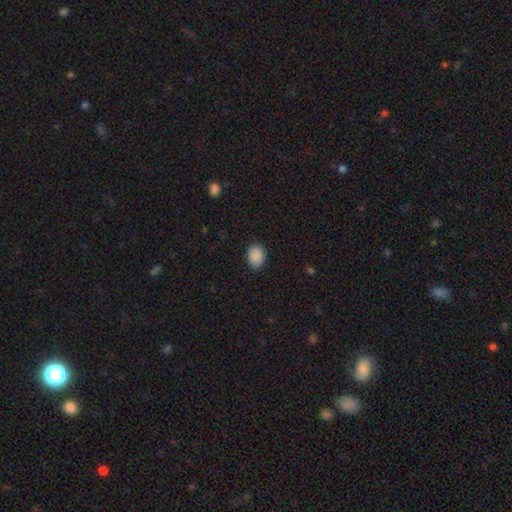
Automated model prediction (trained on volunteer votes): Smooth or featured? smooth (89%)
How rounded? in between (63%)
Merging? none (86%)